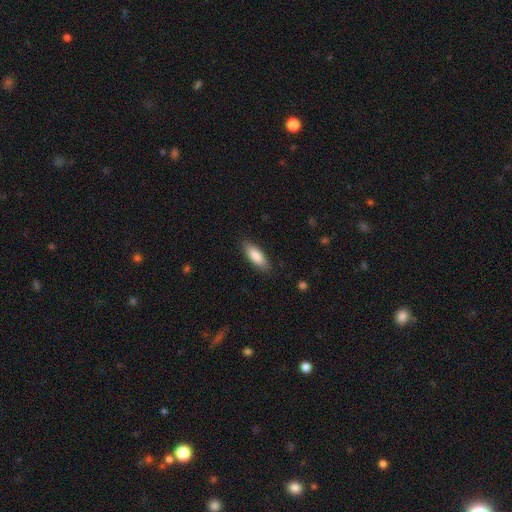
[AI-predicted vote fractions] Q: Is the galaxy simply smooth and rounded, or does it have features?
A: smooth — 84%.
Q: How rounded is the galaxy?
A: in between — 63%.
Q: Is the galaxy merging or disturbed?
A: none — 86%.